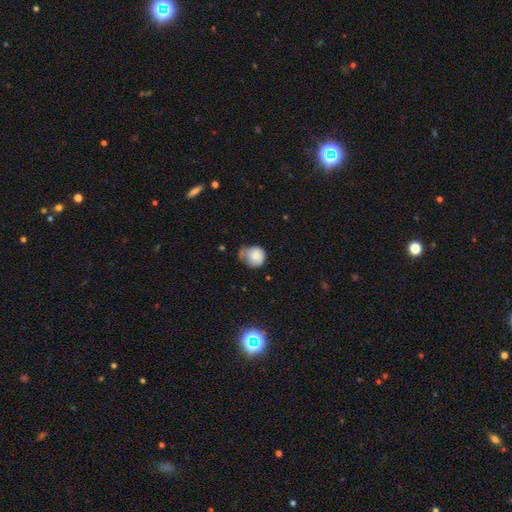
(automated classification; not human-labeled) Smooth or featured?
  - smooth: 78% *
  - featured or disk: 14%
  - star or artifact: 8%
How rounded?
  - round: 80% *
  - in between: 19%
  - cigar-shaped: 1%
Merging?
  - minor disturbance: 44% *
  - none: 34%
  - major disturbance: 17%
  - merger: 5%